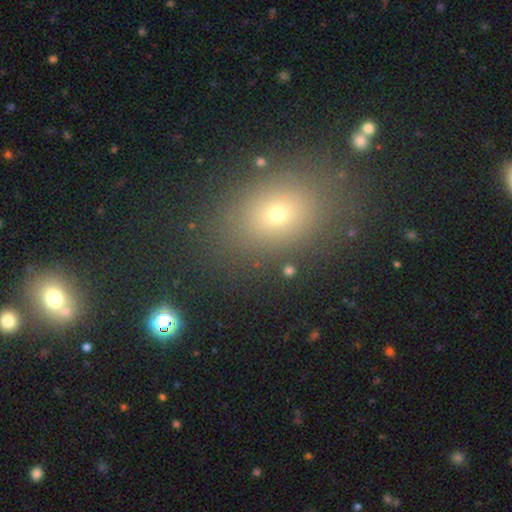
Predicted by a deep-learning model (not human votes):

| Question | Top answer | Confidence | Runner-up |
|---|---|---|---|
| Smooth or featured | smooth | 64% | star or artifact (24%) |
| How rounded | in between | 62% | round (36%) |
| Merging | none | 84% | minor disturbance (9%) |